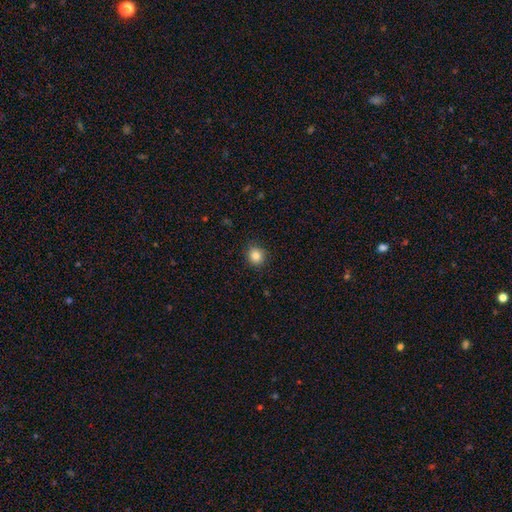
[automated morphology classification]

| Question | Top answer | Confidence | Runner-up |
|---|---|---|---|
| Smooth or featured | smooth | 84% | star or artifact (11%) |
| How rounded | round | 88% | in between (11%) |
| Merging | none | 89% | minor disturbance (8%) |